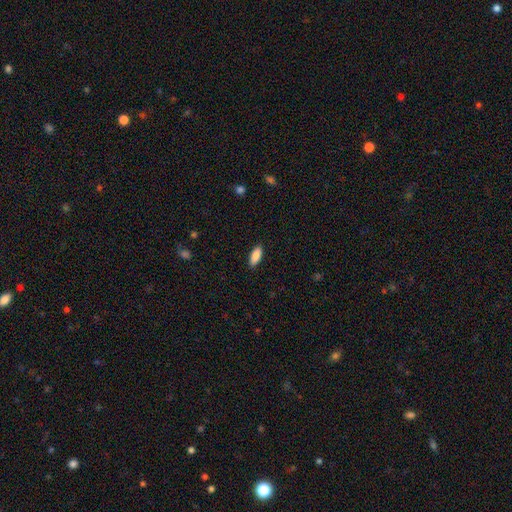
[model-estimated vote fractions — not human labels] Morphology: type=smooth (88%); roundness=in between (78%); merging=none (89%).